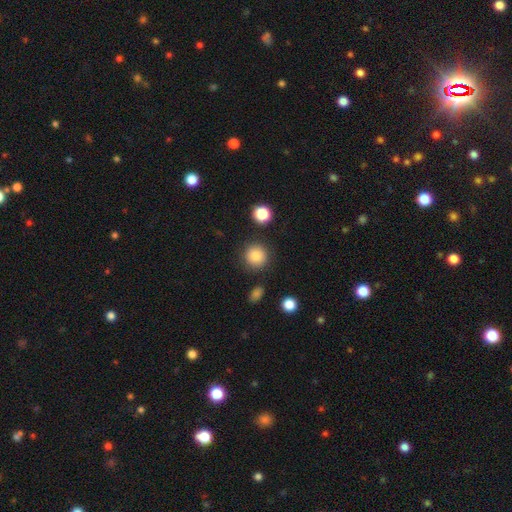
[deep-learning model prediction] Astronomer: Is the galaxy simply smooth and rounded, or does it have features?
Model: smooth — 86%.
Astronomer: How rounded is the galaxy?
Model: round — 93%.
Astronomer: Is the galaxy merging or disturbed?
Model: none — 87%.